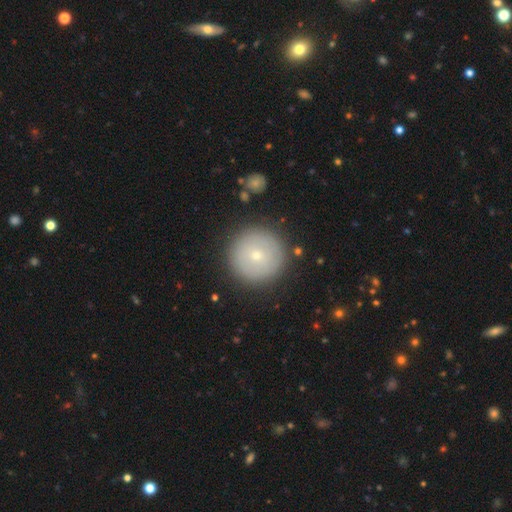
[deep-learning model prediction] Smooth or featured: smooth — 65% (featured or disk — 26%)
How rounded: round — 97% (in between — 2%)
Merging: none — 89% (minor disturbance — 7%)